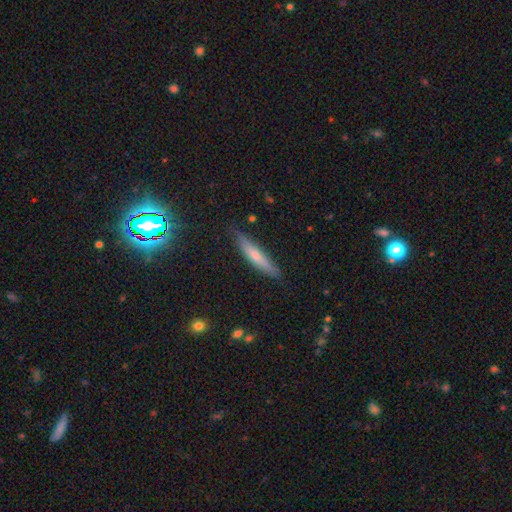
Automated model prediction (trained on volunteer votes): Smooth or featured: smooth — 60% (featured or disk — 32%)
How rounded: cigar-shaped — 89% (in between — 10%)
Merging: none — 82% (minor disturbance — 14%)